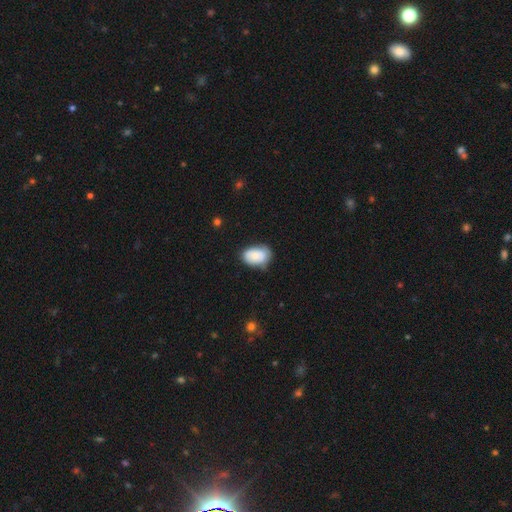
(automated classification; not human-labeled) Smooth or featured?
  - smooth: 74% *
  - featured or disk: 19%
  - star or artifact: 7%
How rounded?
  - in between: 88% *
  - round: 11%
  - cigar-shaped: 1%
Merging?
  - none: 67% *
  - minor disturbance: 26%
  - major disturbance: 5%
  - merger: 2%